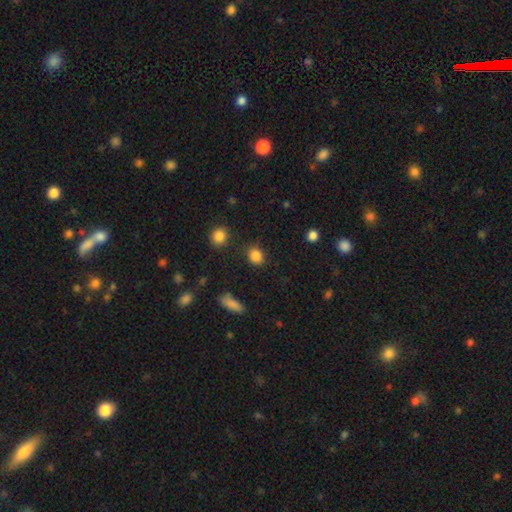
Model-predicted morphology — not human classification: Smooth or featured: smooth — 85% (star or artifact — 11%)
How rounded: round — 60% (in between — 39%)
Merging: none — 84% (minor disturbance — 10%)